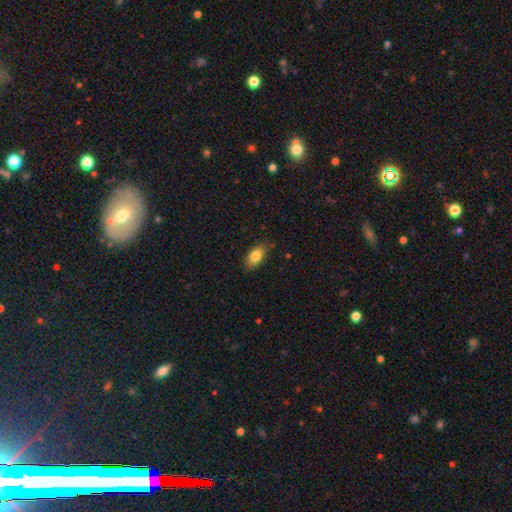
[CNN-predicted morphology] Smooth or featured? Predicted: smooth (p=0.82). How rounded? Predicted: in between (p=0.89). Merging? Predicted: none (p=0.82).